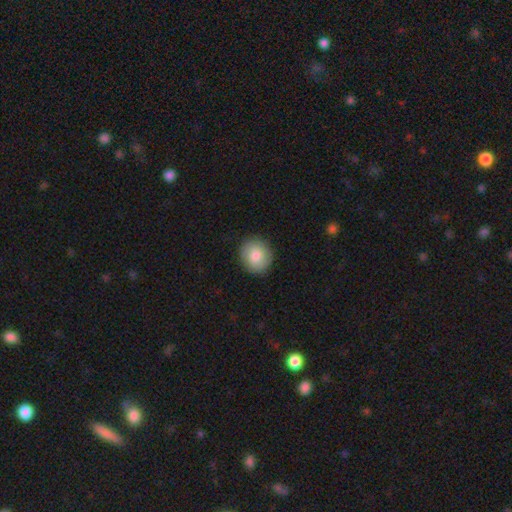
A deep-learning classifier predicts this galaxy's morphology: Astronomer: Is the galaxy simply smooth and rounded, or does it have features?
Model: smooth — 80%.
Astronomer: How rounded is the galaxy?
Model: round — 84%.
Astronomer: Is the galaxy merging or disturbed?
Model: none — 88%.